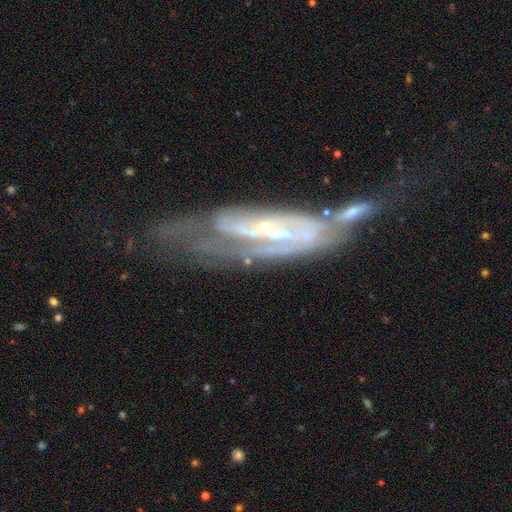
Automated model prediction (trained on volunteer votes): Smooth or featured: featured or disk — 84% (smooth — 8%)
Edge-on disk: no — 84% (yes — 16%)
Bar: weak — 34% (tied with no — 34%)
Spiral arms: yes — 86% (no — 14%)
Spiral winding: tight — 45% (medium — 38%)
Spiral arm count: 2 — 55% (can't tell — 28%)
Bulge size: small — 69% (moderate — 23%)
Merging: none — 33% (major disturbance — 24%)